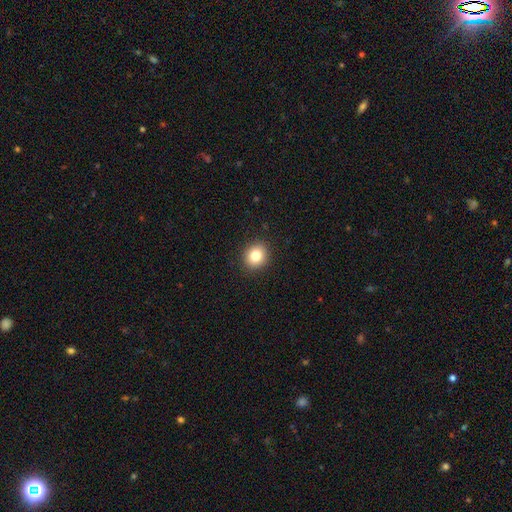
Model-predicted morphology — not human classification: This appears to be a smooth galaxy with no disk features (82%) that is round (75%). Merging: none (91%).